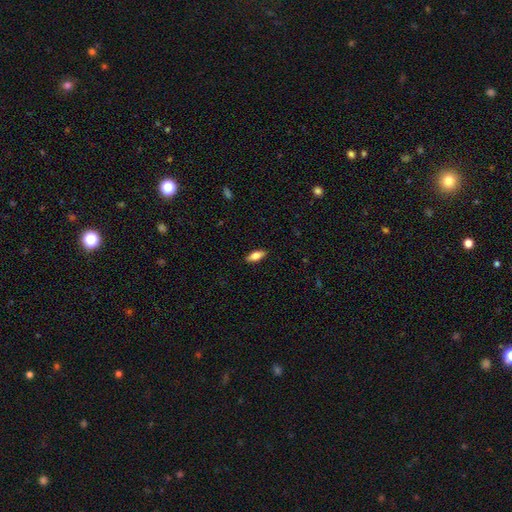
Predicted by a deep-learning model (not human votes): smooth 70%, featured or disk 24%, star or artifact 7%. Down the decision tree: how rounded — in between (75%); merging — none (89%).